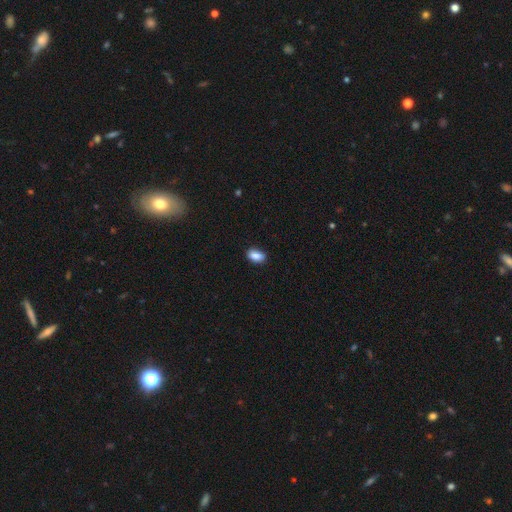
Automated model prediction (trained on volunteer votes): Smooth or featured?
  - smooth: 87% *
  - star or artifact: 8%
  - featured or disk: 5%
How rounded?
  - in between: 90% *
  - round: 7%
  - cigar-shaped: 3%
Merging?
  - none: 80% *
  - minor disturbance: 16%
  - major disturbance: 2%
  - merger: 2%